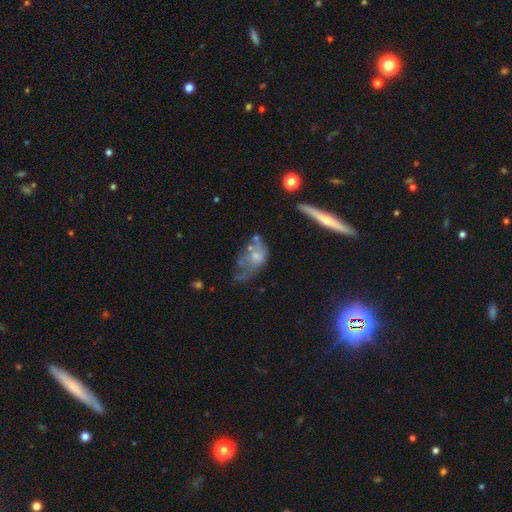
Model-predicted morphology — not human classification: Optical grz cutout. It shows a smooth galaxy with no disk features (45%). Merging: major disturbance (42%).